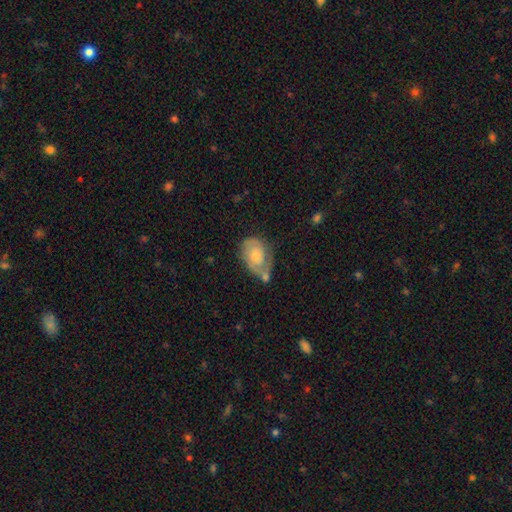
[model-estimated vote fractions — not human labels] Smooth or featured: featured or disk — 54% (smooth — 39%)
Edge-on disk: no — 96% (yes — 4%)
Bar: no — 78% (weak — 19%)
Spiral arms: yes — 75% (no — 25%)
Bulge size: small — 50% (moderate — 40%)
Merging: none — 38% (minor disturbance — 28%)